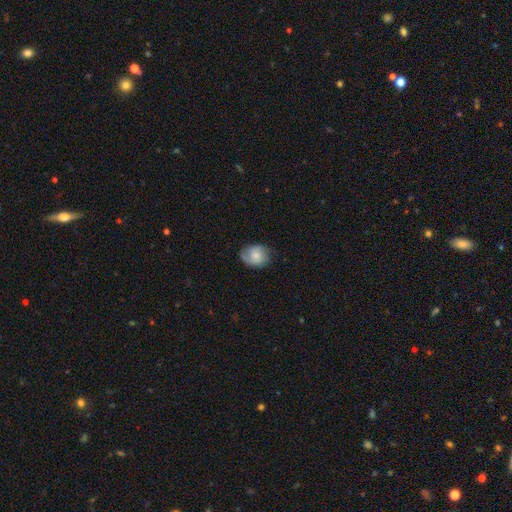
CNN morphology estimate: Smooth or featured? smooth (60%)
How rounded? round (50%)
Merging? none (68%)